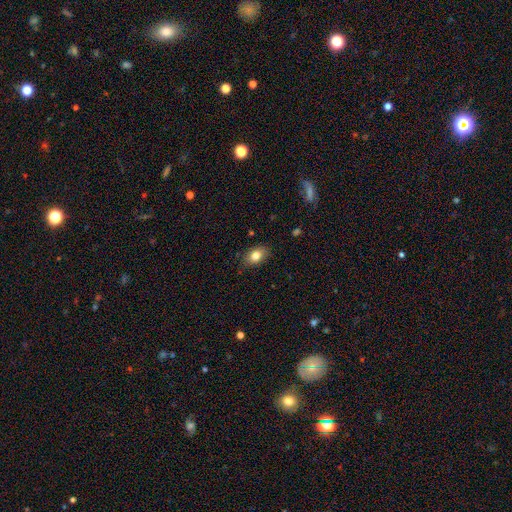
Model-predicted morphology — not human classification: This appears to be a smooth galaxy with no disk features (81%) that is in between round and cigar-shaped (84%). Merging: none (84%).